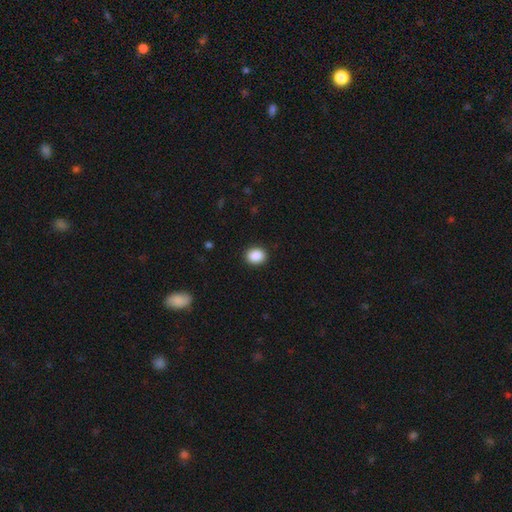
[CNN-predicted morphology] Smooth or featured? smooth (89%)
How rounded? round (59%)
Merging? none (91%)